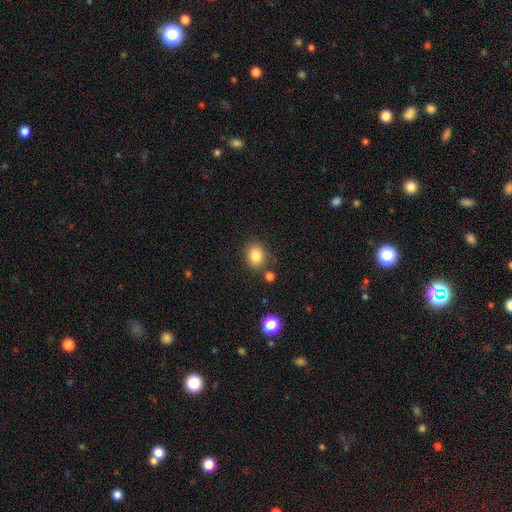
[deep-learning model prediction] This is clearly a smooth galaxy (84%). How rounded: possibly round (52%). Merging: likely none (77%).